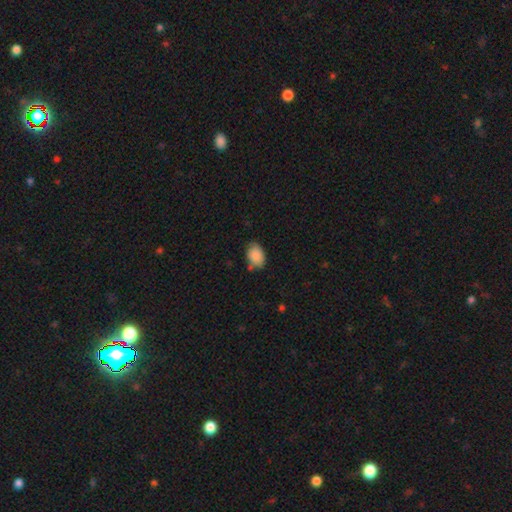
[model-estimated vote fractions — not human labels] This appears to be a smooth galaxy with no disk features (87%) that is in between round and cigar-shaped (85%). Merging: none (72%).